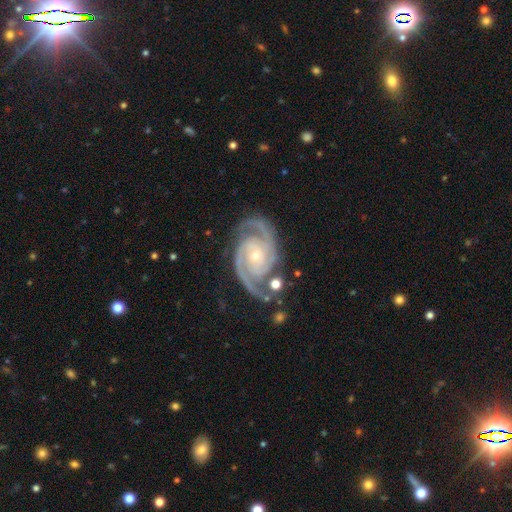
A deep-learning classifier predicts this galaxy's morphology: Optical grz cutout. It shows a featured or disk galaxy (93%) with no bar (67%), 2 (81%) tight (52%) spiral arms (99%) and a small central bulge (75%). Merging: none (76%).